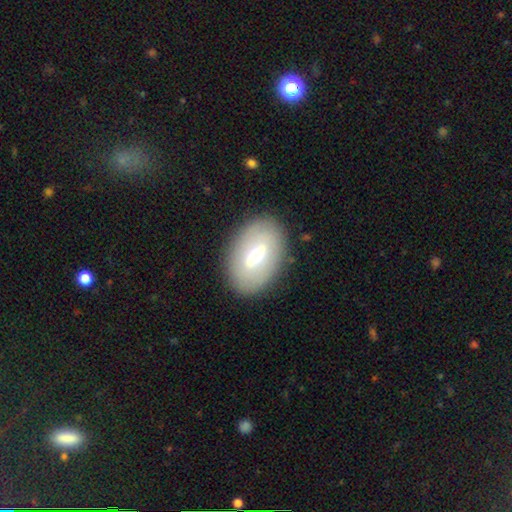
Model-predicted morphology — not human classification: Smooth or featured?
  - featured or disk: 46% * (tied)
  - smooth: 46% * (tied)
  - star or artifact: 8%
Merging?
  - none: 87% *
  - minor disturbance: 9%
  - major disturbance: 3%
  - merger: 1%